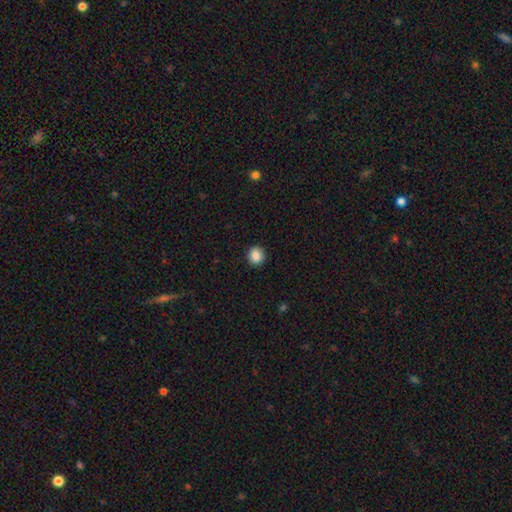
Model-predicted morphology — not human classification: Overall: smooth (87%). How rounded: round (85%). Merging: none (90%).